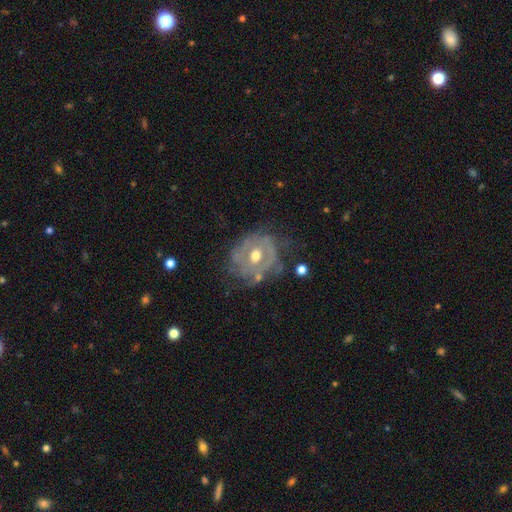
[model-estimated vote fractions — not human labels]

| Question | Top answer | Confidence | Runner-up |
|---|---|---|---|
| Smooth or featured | featured or disk | 74% | smooth (19%) |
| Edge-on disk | no | 96% | yes (4%) |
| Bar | no | 66% | weak (25%) |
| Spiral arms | yes | 55% | no (45%) |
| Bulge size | moderate | 78% | small (14%) |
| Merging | none | 54% | minor disturbance (25%) |